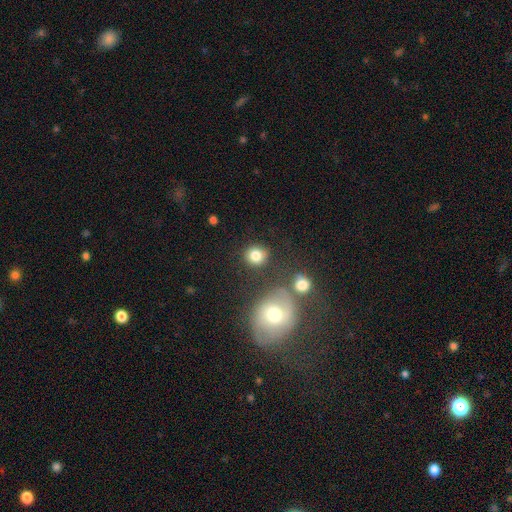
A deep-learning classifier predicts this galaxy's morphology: type=smooth (82%); roundness=round (83%); merging=none (78%).